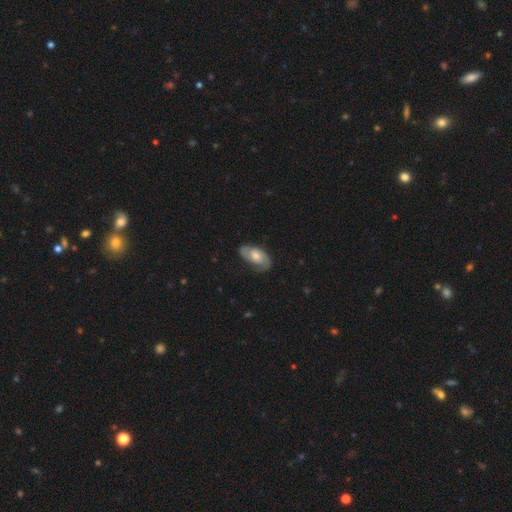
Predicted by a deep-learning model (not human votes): This appears to be a featured or disk galaxy (69%) with no bar (69%), 2 (77%) tight (41%, tied with medium) spiral arms (89%) and a moderate central bulge (61%). Merging: none (72%).